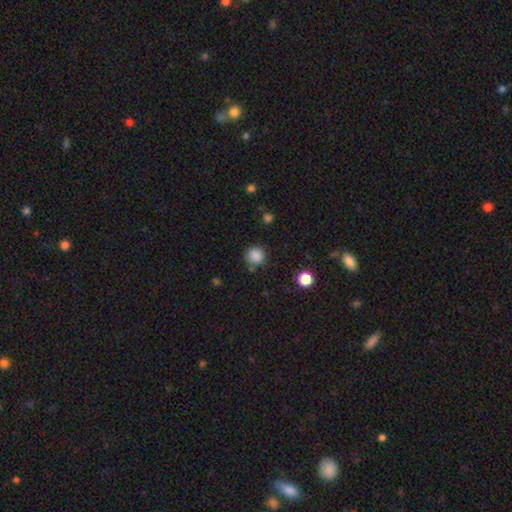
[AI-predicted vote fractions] A smooth galaxy with no disk features (85%) that is round (91%).

Vote fractions:
- Smooth or featured? smooth: 85% / star or artifact: 11% / featured or disk: 4%
- How rounded? round: 91% / in between: 8% / cigar-shaped: 1%
- Merging? none: 80% / minor disturbance: 13% / merger: 4% / major disturbance: 4%